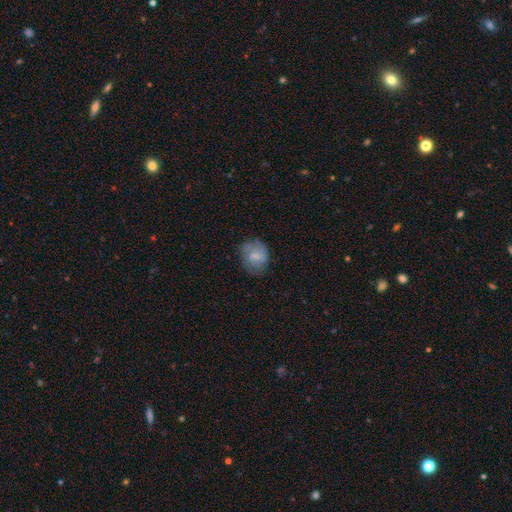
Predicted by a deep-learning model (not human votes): This is likely a smooth galaxy (62%). How rounded: likely round (63%). Merging: likely none (67%).